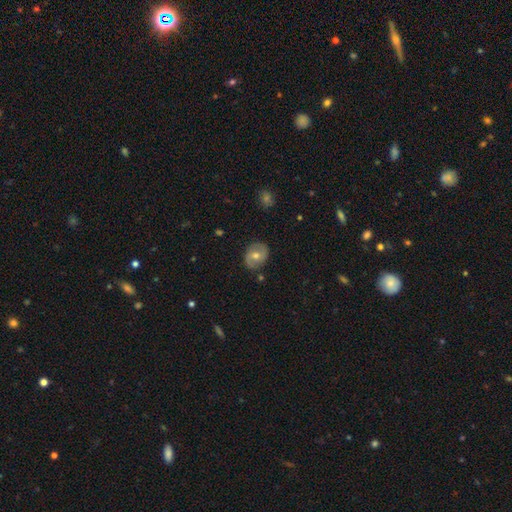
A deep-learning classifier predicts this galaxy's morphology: featured or disk 52%, smooth 39%, star or artifact 9%. Down the decision tree: edge-on disk — no (96%); bar — no (56%); spiral arms — yes (68%); bulge size — moderate (73%); merging — none (81%).